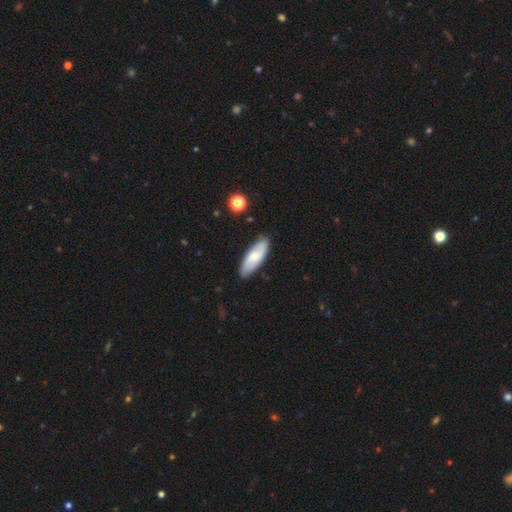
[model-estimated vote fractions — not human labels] Smooth or featured: smooth — 66% (featured or disk — 29%)
How rounded: in between — 69% (cigar-shaped — 29%)
Merging: none — 83% (minor disturbance — 13%)